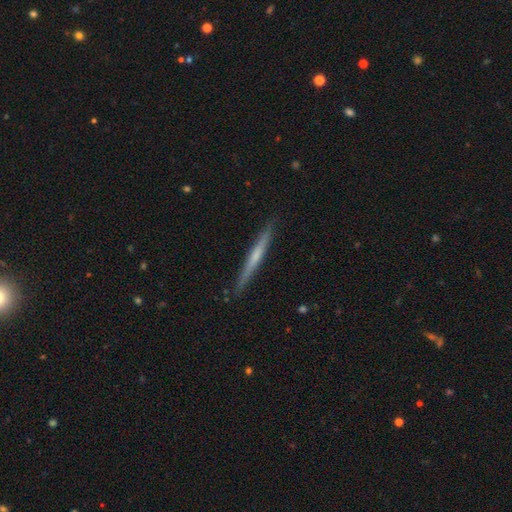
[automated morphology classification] Smooth or featured?
  - featured or disk: 53% *
  - smooth: 42%
  - star or artifact: 5%
Edge-on disk?
  - yes: 97% *
  - no: 3%
Edge-on bulge?
  - none: 68% *
  - rounded: 24%
  - boxy: 8%
Merging?
  - none: 89% *
  - minor disturbance: 8%
  - major disturbance: 1%
  - merger: 1%